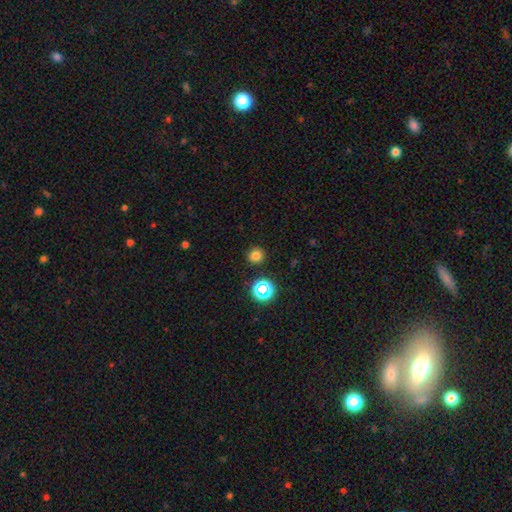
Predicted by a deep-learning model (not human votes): A smooth galaxy with no disk features (76%) that is round (92%). Merging: none (90%).